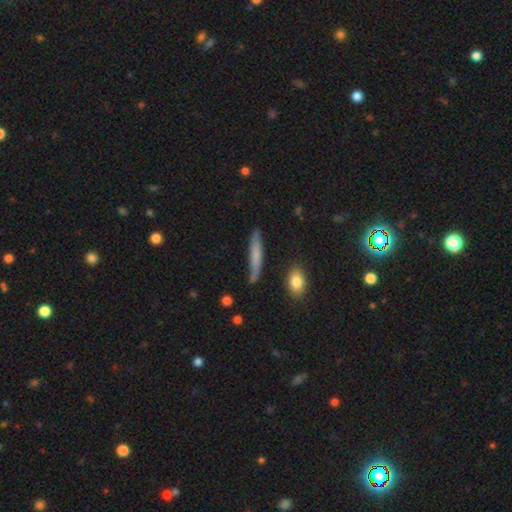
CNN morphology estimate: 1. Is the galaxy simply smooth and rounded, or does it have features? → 63% smooth, 30% featured or disk, 7% star or artifact.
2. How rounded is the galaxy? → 91% cigar-shaped, 7% in between, 2% round.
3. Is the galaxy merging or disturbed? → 76% none, 18% minor disturbance, 4% major disturbance, 2% merger.